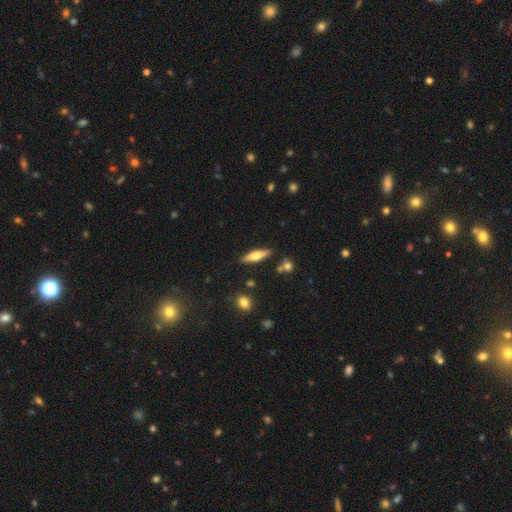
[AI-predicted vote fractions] A featured or disk galaxy (47%, tied with smooth). Merging: none (85%).